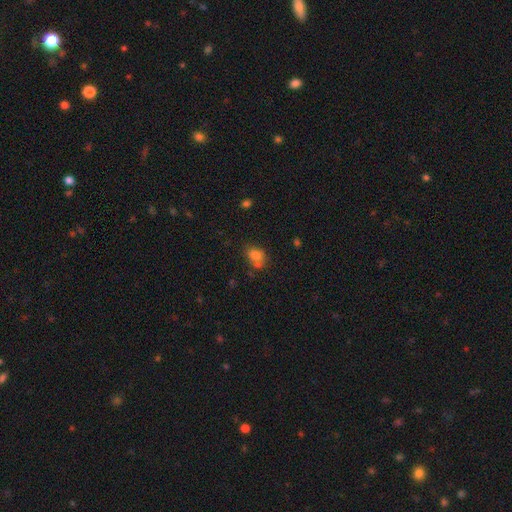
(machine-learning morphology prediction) Smooth or featured? Predicted: smooth (p=0.77). How rounded? Predicted: in between (p=0.65). Merging? Predicted: none (p=0.51).